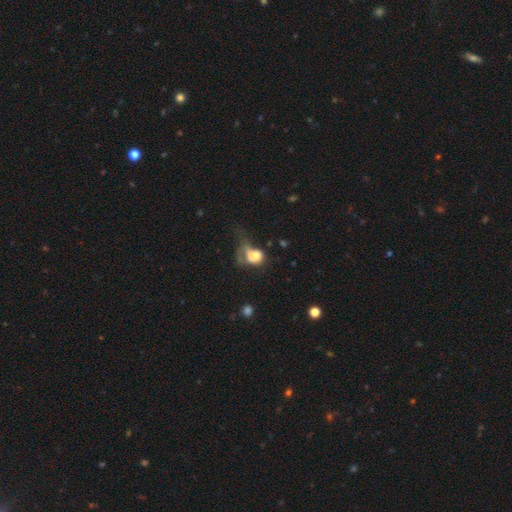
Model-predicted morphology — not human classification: Smooth or featured: smooth — 65% (featured or disk — 24%)
How rounded: round — 55% (in between — 43%)
Merging: major disturbance — 44% (merger — 22%)